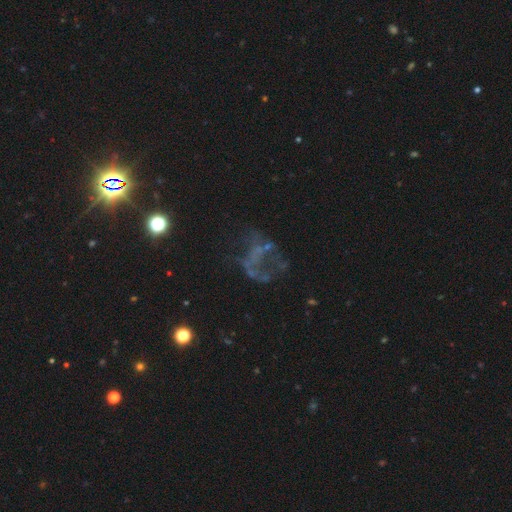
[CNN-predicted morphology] featured or disk 52%, star or artifact 32%, smooth 17%. Down the decision tree: edge-on disk — no (97%); bar — no (85%); spiral arms — no (78%); bulge size — none (80%); merging — none (40%).